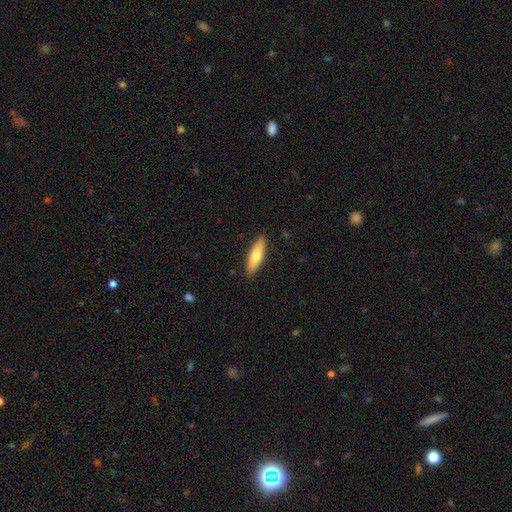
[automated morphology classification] Smooth or featured?
  - smooth: 65% *
  - featured or disk: 30%
  - star or artifact: 6%
How rounded?
  - cigar-shaped: 57% *
  - in between: 41%
  - round: 2%
Merging?
  - none: 89% *
  - minor disturbance: 8%
  - major disturbance: 2%
  - merger: 1%